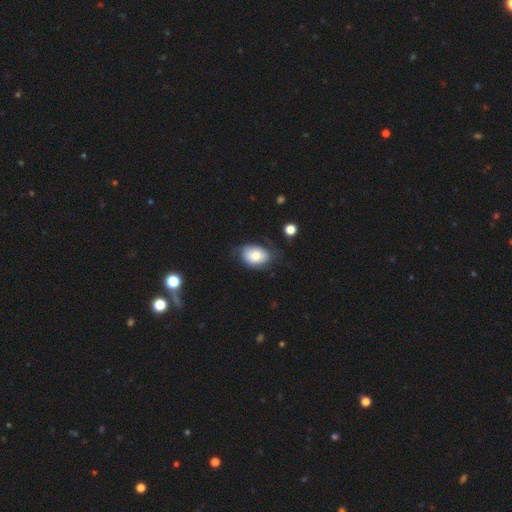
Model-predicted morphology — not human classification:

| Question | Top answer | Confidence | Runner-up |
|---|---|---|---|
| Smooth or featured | smooth | 70% | featured or disk (22%) |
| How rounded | in between | 81% | round (18%) |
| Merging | none | 56% | minor disturbance (30%) |